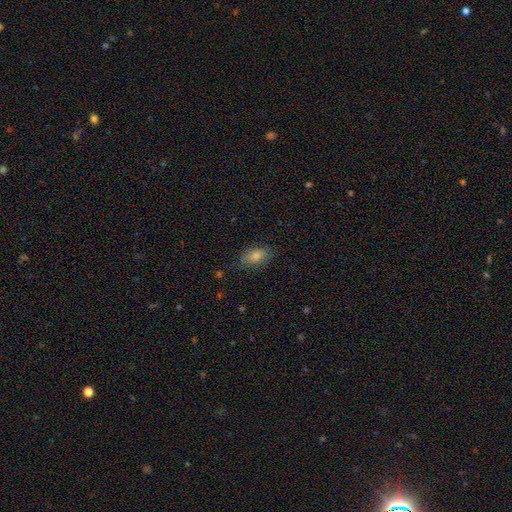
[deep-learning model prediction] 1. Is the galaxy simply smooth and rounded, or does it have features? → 66% smooth, 19% featured or disk, 15% star or artifact.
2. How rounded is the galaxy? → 85% in between, 9% round, 6% cigar-shaped.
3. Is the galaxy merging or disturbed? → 78% none, 17% minor disturbance, 4% major disturbance, 1% merger.